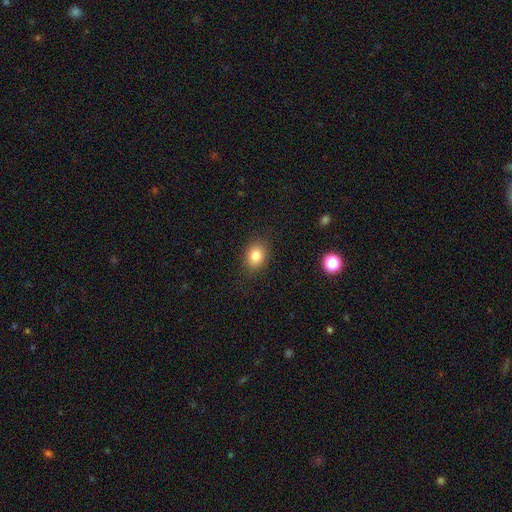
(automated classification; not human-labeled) Smooth or featured? smooth (83%)
How rounded? in between (58%)
Merging? none (85%)